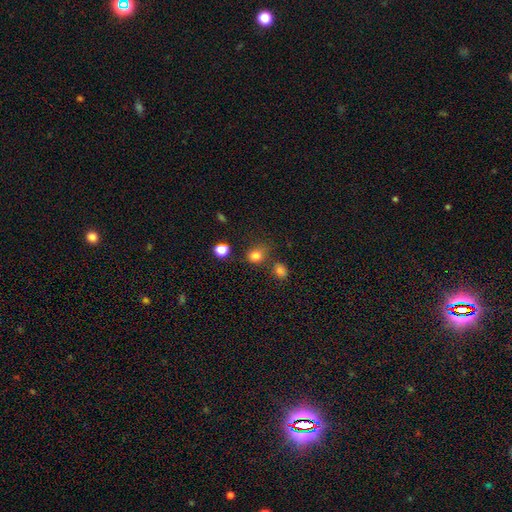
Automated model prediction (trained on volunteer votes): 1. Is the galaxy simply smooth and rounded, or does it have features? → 80% smooth, 14% star or artifact, 6% featured or disk.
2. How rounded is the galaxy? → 66% round, 33% in between, 1% cigar-shaped.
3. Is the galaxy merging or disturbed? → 68% none, 17% minor disturbance, 9% merger, 6% major disturbance.